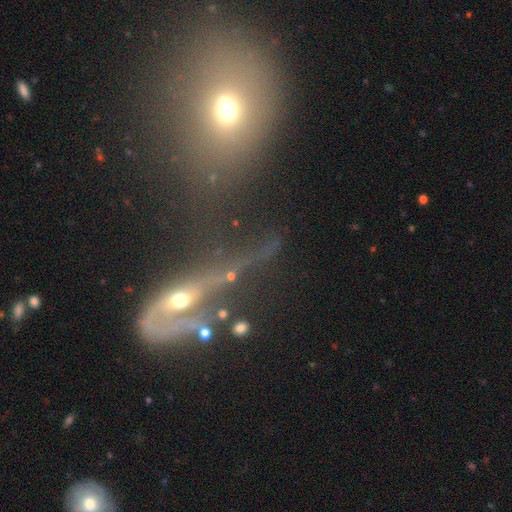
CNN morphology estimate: A featured or disk galaxy (49%).

Vote fractions:
- Smooth or featured? featured or disk: 49% / smooth: 28% / star or artifact: 23%
- Merging? merger: 34% / major disturbance: 29% / none: 25% / minor disturbance: 12%